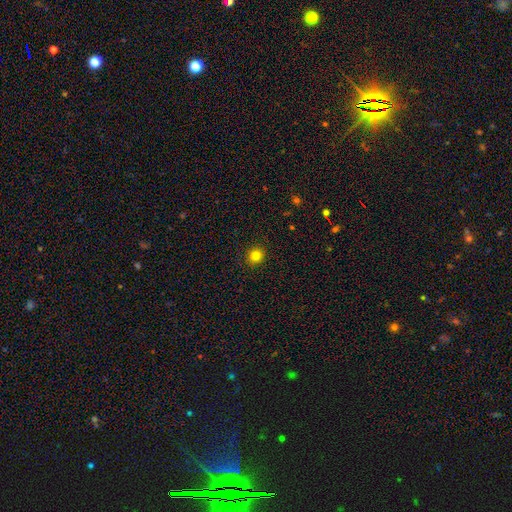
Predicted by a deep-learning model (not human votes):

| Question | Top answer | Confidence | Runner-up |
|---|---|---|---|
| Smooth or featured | smooth | 82% | star or artifact (13%) |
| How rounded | round | 88% | in between (11%) |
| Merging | none | 92% | minor disturbance (5%) |